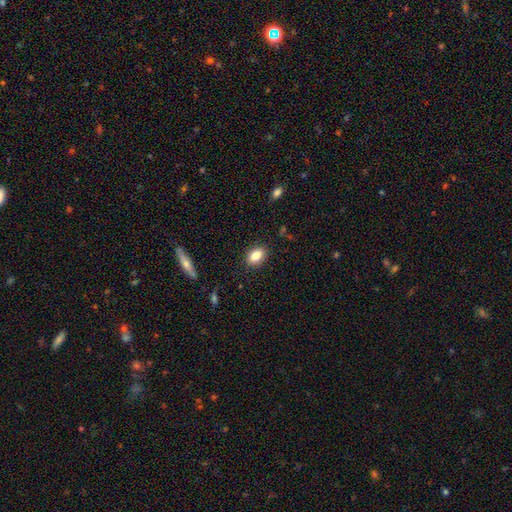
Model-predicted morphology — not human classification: The model was most divided on "how rounded": in between: 83%, round: 14%, cigar-shaped: 3%. More confident: merging — none (87%); smooth or featured — smooth (82%).